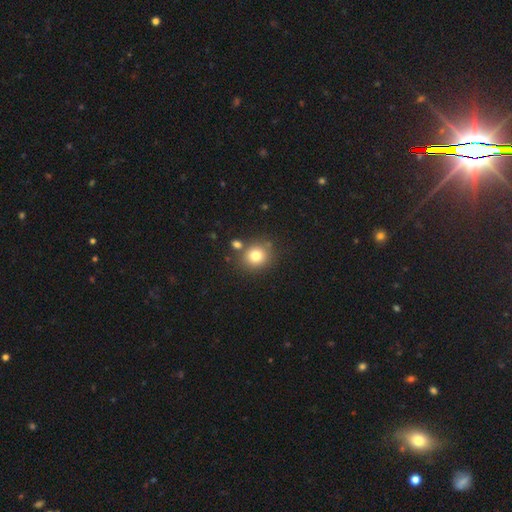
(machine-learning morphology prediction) Smooth or featured: smooth — 79% (star or artifact — 12%)
How rounded: round — 83% (in between — 16%)
Merging: none — 75% (merger — 12%)